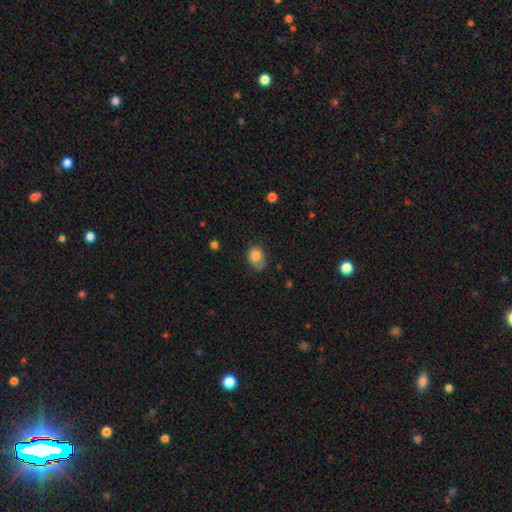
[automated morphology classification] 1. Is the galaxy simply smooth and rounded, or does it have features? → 82% smooth, 10% featured or disk, 9% star or artifact.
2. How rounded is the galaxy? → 58% in between, 41% round, 1% cigar-shaped.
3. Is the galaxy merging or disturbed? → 53% none, 34% minor disturbance, 11% major disturbance, 2% merger.